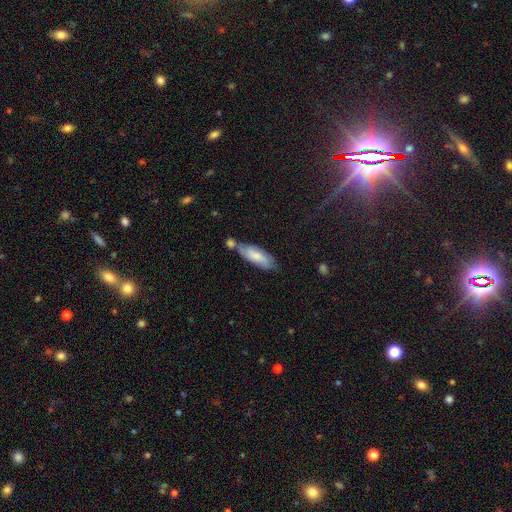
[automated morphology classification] smooth-or-featured: smooth: 72% | featured or disk: 21% | star or artifact: 6%
  how-rounded: in between: 62% | cigar-shaped: 36% | round: 2%
  merging: none: 49% | merger: 24% | minor disturbance: 22% | major disturbance: 6%